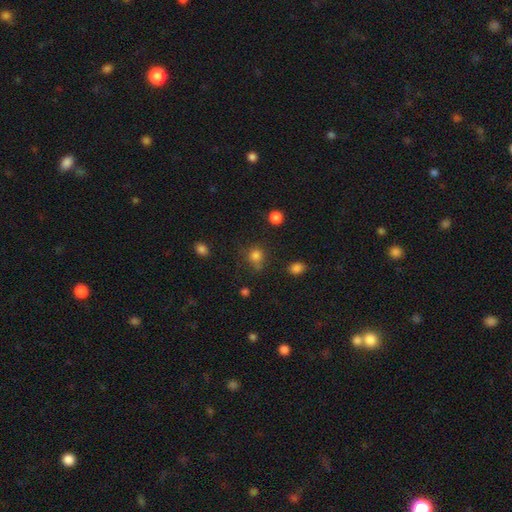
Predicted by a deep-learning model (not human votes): Morphology: type=smooth (78%); roundness=round (84%); merging=none (68%).